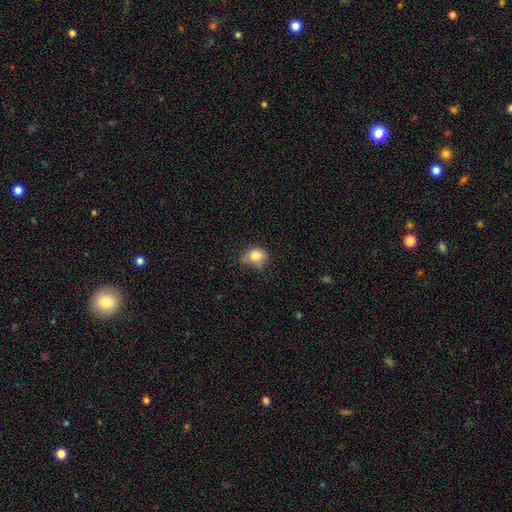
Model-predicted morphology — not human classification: A smooth galaxy with no disk features (80%) that is round (57%).

Vote fractions:
- Smooth or featured? smooth: 80% / star or artifact: 10% / featured or disk: 10%
- How rounded? round: 57% / in between: 42% / cigar-shaped: 1%
- Merging? none: 42% / minor disturbance: 40% / major disturbance: 14% / merger: 4%